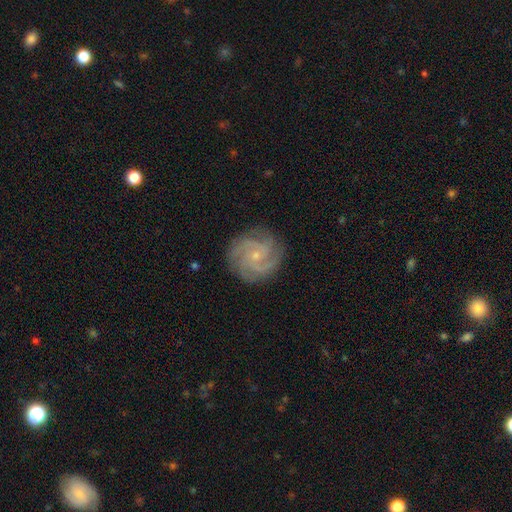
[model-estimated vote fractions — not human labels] Smooth or featured: featured or disk — 88% (smooth — 6%)
Edge-on disk: no — 98% (yes — 2%)
Bar: no — 73% (weak — 23%)
Spiral arms: yes — 98% (no — 2%)
Spiral winding: tight — 58% (medium — 36%)
Spiral arm count: 3 — 39% (4 — 26%)
Bulge size: small — 79% (moderate — 17%)
Merging: none — 83% (minor disturbance — 12%)